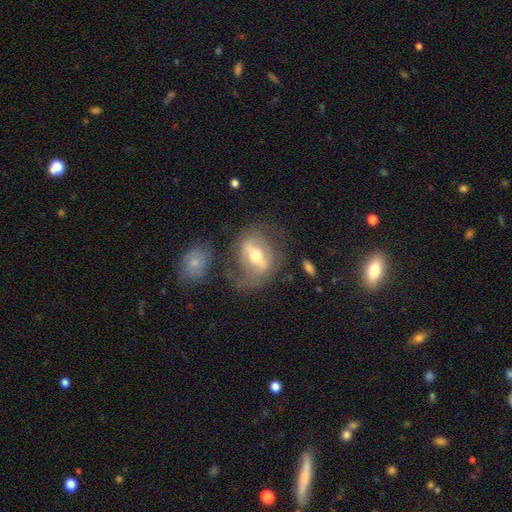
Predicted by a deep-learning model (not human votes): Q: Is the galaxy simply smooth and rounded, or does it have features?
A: featured or disk — 68%.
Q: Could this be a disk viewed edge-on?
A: no — 87%.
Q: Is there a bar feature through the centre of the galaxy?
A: strong — 61%.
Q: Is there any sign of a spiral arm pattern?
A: yes — 56%.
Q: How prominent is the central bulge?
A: moderate — 67%.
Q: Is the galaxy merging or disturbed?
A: none — 57%.